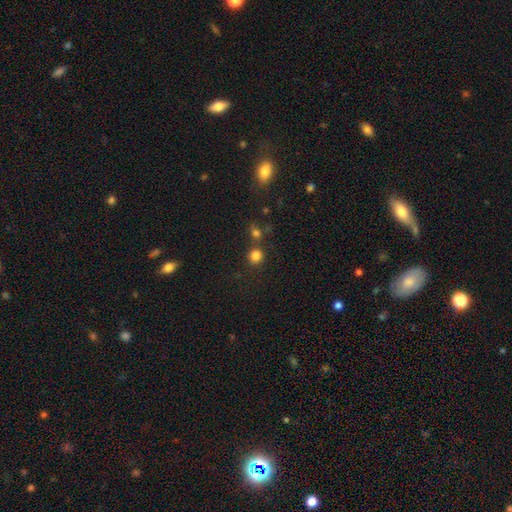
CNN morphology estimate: smooth 81%, star or artifact 14%, featured or disk 5%. Down the decision tree: how rounded — round (88%); merging — none (72%).